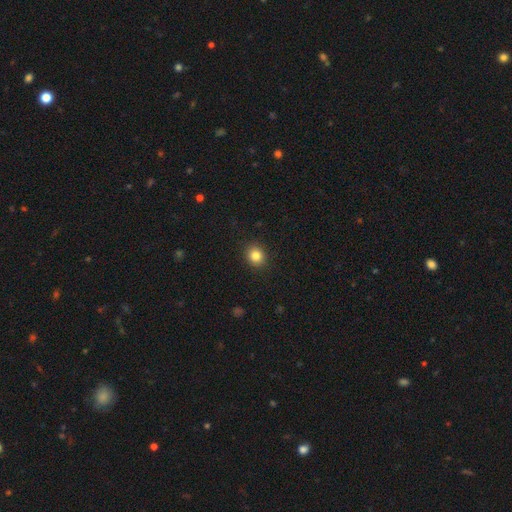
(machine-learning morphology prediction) Smooth or featured? smooth (83%)
How rounded? round (77%)
Merging? none (91%)